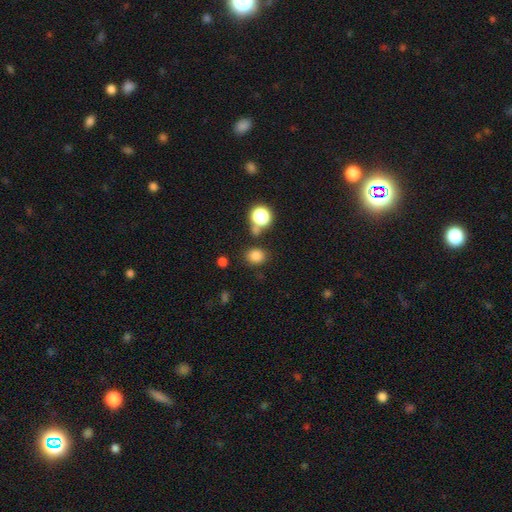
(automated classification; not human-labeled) Overall: smooth (80%). How rounded: round (73%). Merging: none (79%).